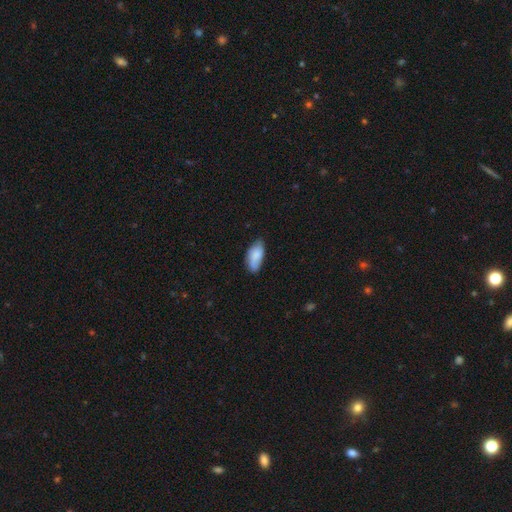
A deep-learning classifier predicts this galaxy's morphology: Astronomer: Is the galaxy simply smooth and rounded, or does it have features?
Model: smooth — 77%.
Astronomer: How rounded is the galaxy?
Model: in between — 91%.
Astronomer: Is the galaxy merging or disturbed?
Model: none — 66%.